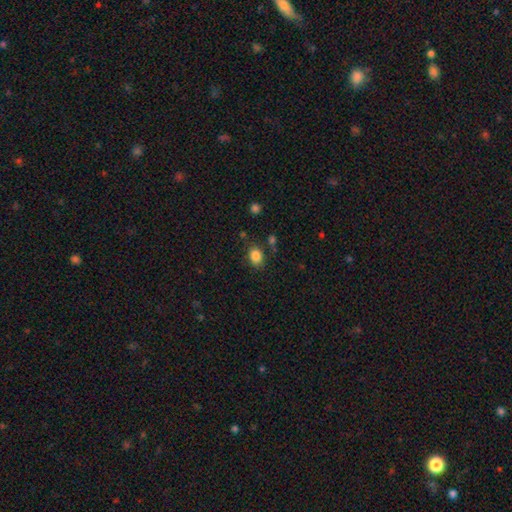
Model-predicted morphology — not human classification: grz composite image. It shows a smooth galaxy with no disk features (85%) that is in between round and cigar-shaped (68%). Merging: none (79%).